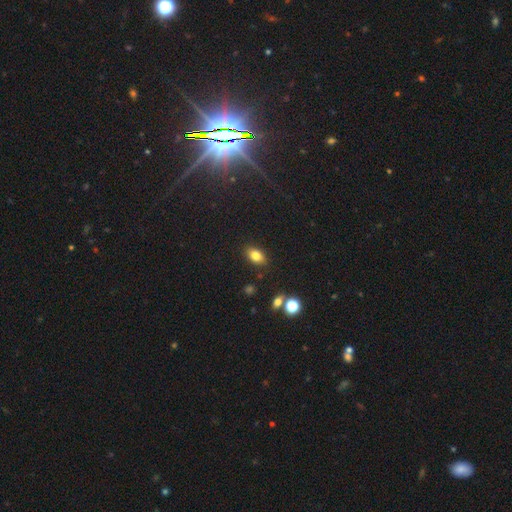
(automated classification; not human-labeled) This is clearly a smooth galaxy (80%). How rounded: clearly in between (83%). Merging: clearly none (85%).